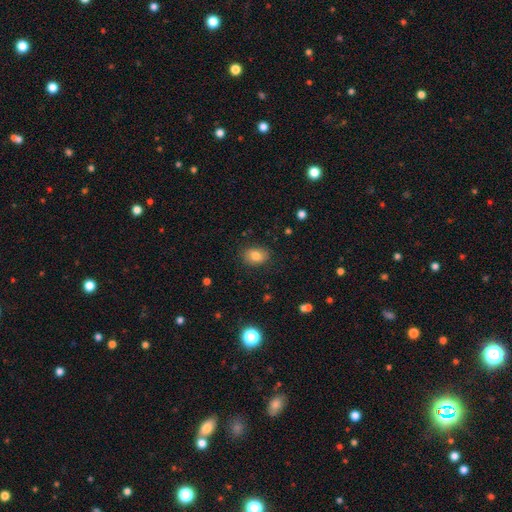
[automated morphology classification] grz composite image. It shows a smooth galaxy with no disk features (81%) that is in between round and cigar-shaped (72%). Merging: none (84%).